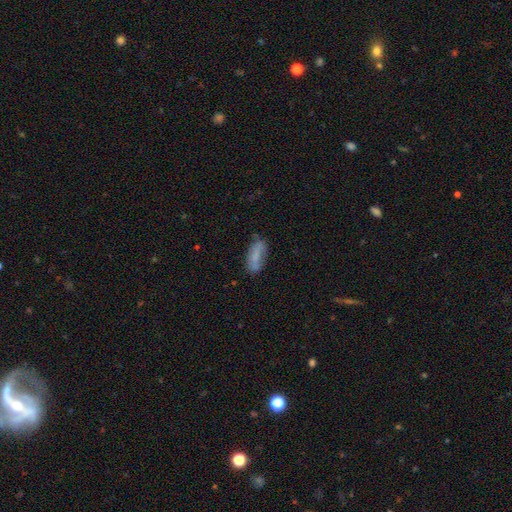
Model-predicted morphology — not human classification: A smooth galaxy with no disk features (68%) that is in between round and cigar-shaped (75%).

Vote fractions:
- Smooth or featured? smooth: 68% / featured or disk: 23% / star or artifact: 9%
- How rounded? in between: 75% / cigar-shaped: 22% / round: 3%
- Merging? none: 63% / minor disturbance: 24% / major disturbance: 8% / merger: 4%